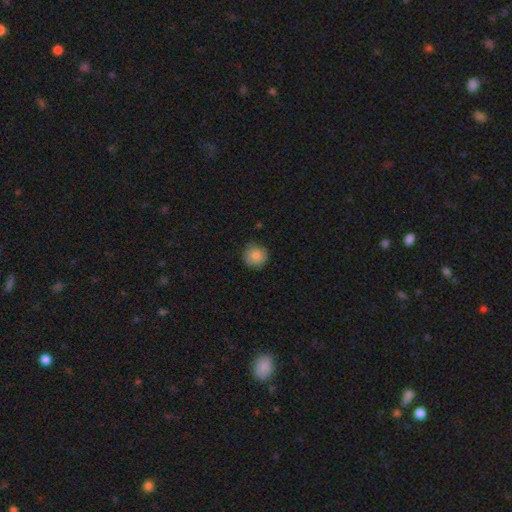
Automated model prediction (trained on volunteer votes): Smooth or featured: smooth — 82% (featured or disk — 9%)
How rounded: round — 93% (in between — 6%)
Merging: none — 82% (minor disturbance — 14%)